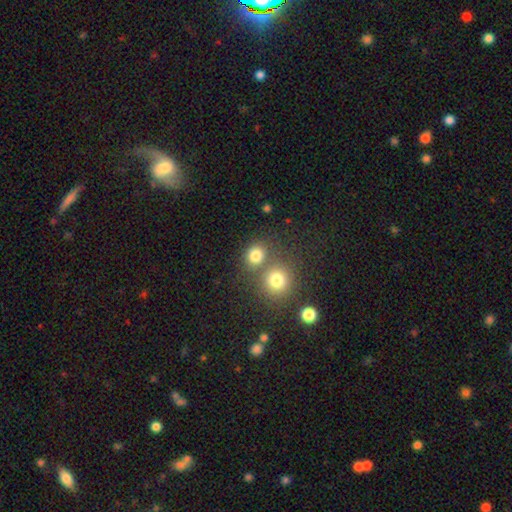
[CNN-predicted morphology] Overall: smooth (79%). How rounded: round (75%). Merging: none (56%; merger 32%).